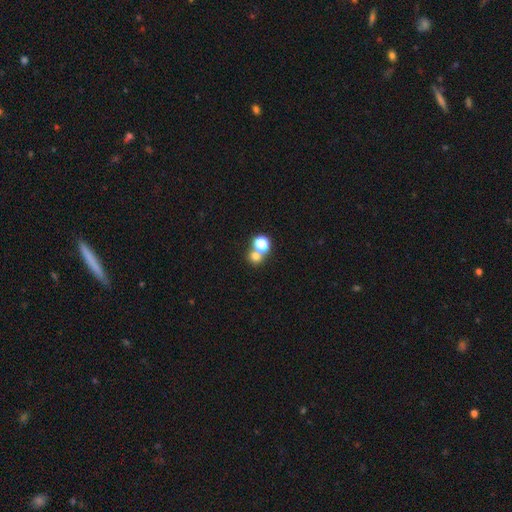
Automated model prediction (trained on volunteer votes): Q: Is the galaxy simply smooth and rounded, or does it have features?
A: smooth — 70%.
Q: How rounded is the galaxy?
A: round — 81%.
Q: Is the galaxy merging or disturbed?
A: none — 50%.